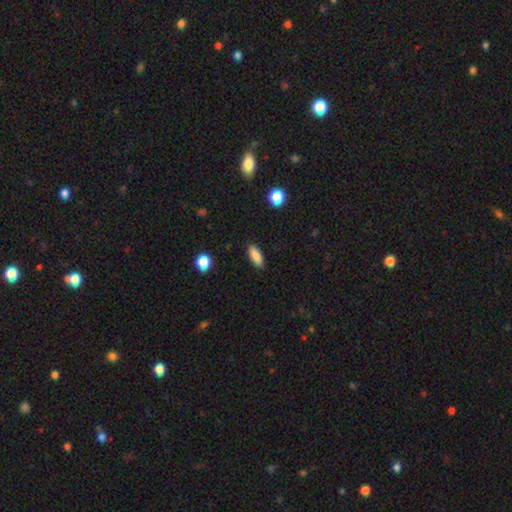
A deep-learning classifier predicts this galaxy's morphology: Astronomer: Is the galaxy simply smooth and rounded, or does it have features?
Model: smooth — 86%.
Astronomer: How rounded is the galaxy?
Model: in between — 70%.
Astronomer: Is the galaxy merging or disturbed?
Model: none — 89%.